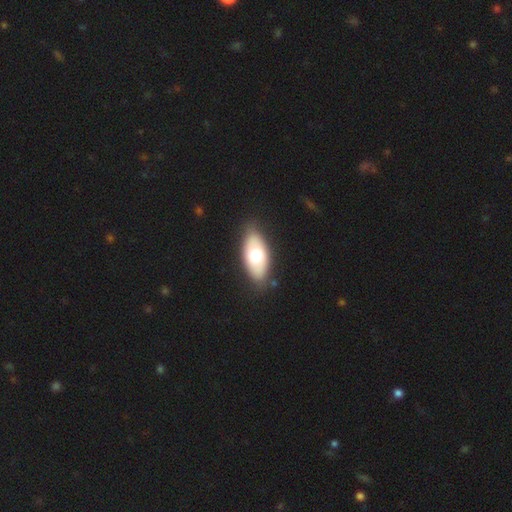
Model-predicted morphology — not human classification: This is likely a smooth galaxy (63%). How rounded: clearly in between (90%). Merging: clearly none (84%).